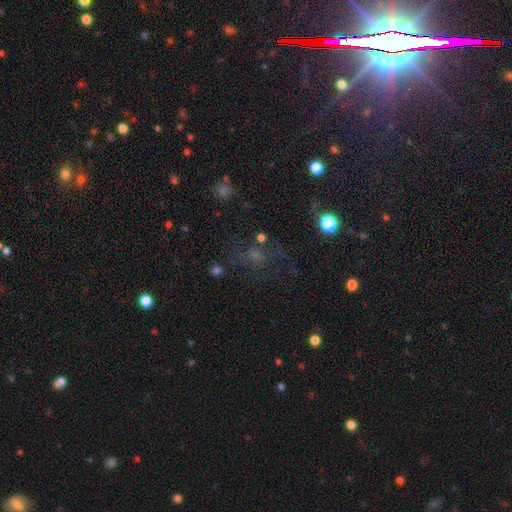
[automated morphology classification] The model was most divided on "smooth or featured": star or artifact: 46%, smooth: 33%, featured or disk: 21%.